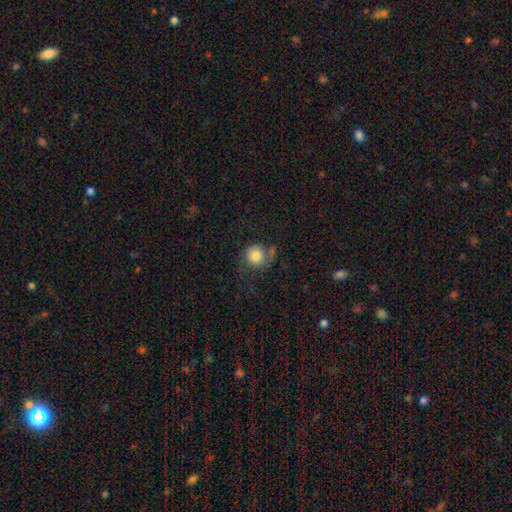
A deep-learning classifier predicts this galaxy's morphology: This appears to be a smooth galaxy with no disk features (73%) that is round (90%). Merging: none (52%).